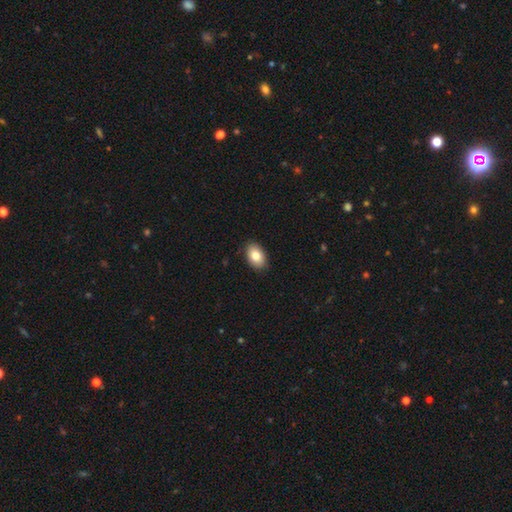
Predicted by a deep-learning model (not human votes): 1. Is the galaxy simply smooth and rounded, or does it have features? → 82% smooth, 10% featured or disk, 7% star or artifact.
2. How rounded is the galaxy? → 88% in between, 10% round, 1% cigar-shaped.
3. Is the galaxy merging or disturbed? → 89% none, 8% minor disturbance, 2% major disturbance, 1% merger.